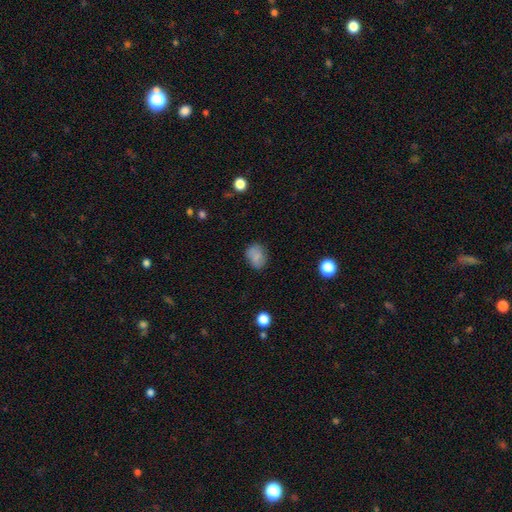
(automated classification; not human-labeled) The model was most divided on "how rounded": in between: 56%, round: 42%, cigar-shaped: 1%. More confident: smooth or featured — smooth (78%); merging — none (76%).